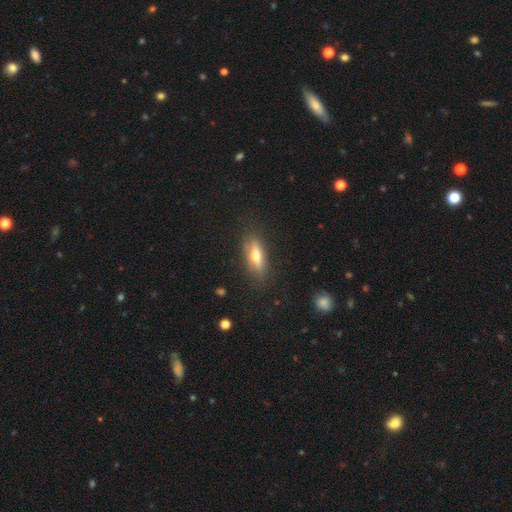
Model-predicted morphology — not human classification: A featured or disk galaxy (47%).

Vote fractions:
- Smooth or featured? featured or disk: 47% / smooth: 45% / star or artifact: 8%
- Merging? none: 82% / minor disturbance: 13% / major disturbance: 4% / merger: 1%